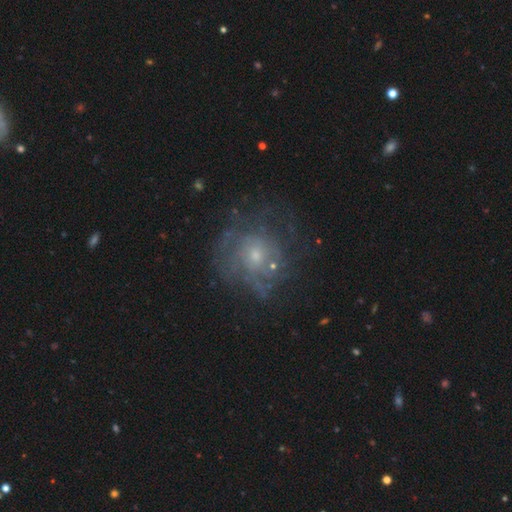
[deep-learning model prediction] Smooth or featured?
  - featured or disk: 62% *
  - smooth: 23%
  - star or artifact: 15%
Edge-on disk?
  - no: 97% *
  - yes: 3%
Bar?
  - no: 83% *
  - weak: 14%
  - strong: 2%
Spiral arms?
  - yes: 58% *
  - no: 42%
Bulge size?
  - small: 60% *
  - moderate: 33%
  - none: 4%
  - large: 2%
  - dominant: 1%
Merging?
  - none: 60% *
  - minor disturbance: 19%
  - major disturbance: 18%
  - merger: 3%